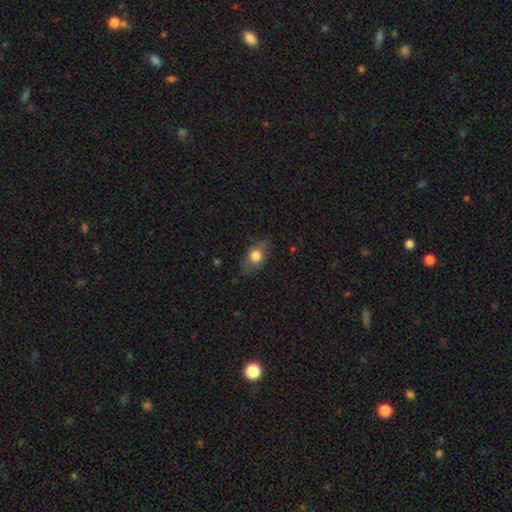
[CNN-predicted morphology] Smooth or featured?
  - smooth: 74% *
  - featured or disk: 18%
  - star or artifact: 8%
How rounded?
  - in between: 75% *
  - round: 21%
  - cigar-shaped: 4%
Merging?
  - none: 74% *
  - minor disturbance: 19%
  - major disturbance: 5%
  - merger: 1%